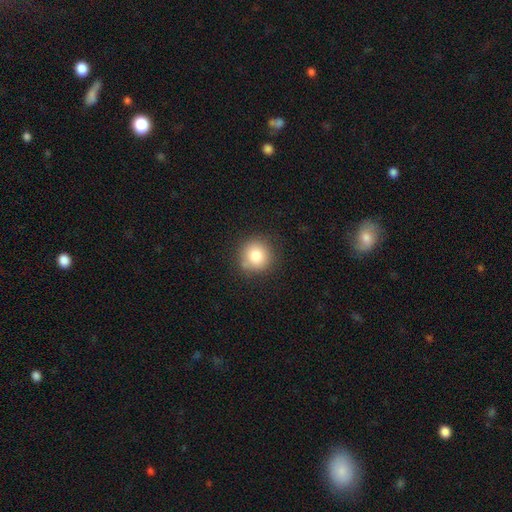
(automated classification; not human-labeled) A smooth galaxy with no disk features (82%) that is round (92%).

Vote fractions:
- Smooth or featured? smooth: 82% / star or artifact: 10% / featured or disk: 8%
- How rounded? round: 92% / in between: 7% / cigar-shaped: 1%
- Merging? none: 82% / minor disturbance: 12% / major disturbance: 3% / merger: 3%